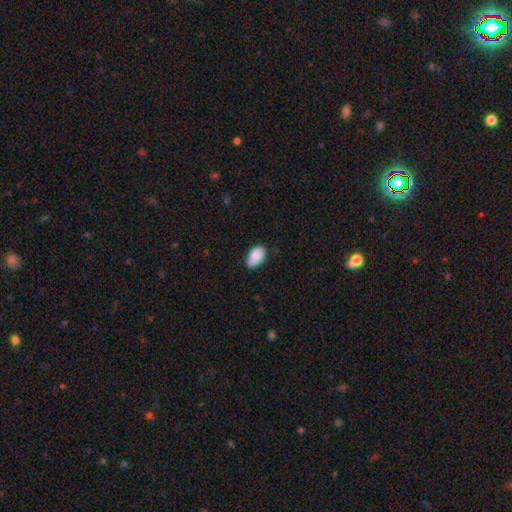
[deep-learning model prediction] Morphology: type=smooth (88%); roundness=in between (94%); merging=none (77%).